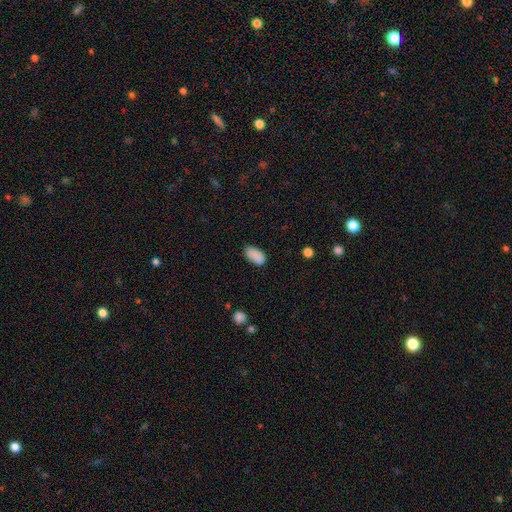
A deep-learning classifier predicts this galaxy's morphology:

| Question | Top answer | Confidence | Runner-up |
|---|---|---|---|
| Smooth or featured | smooth | 88% | star or artifact (8%) |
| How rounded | in between | 94% | round (3%) |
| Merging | none | 81% | minor disturbance (15%) |